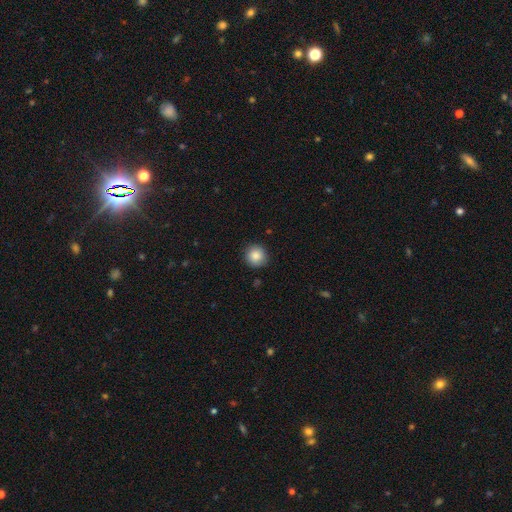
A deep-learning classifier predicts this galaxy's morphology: smooth-or-featured: smooth: 86% | star or artifact: 9% | featured or disk: 5%
  how-rounded: round: 93% | in between: 6% | cigar-shaped: 1%
  merging: none: 89% | minor disturbance: 8% | major disturbance: 2% | merger: 1%